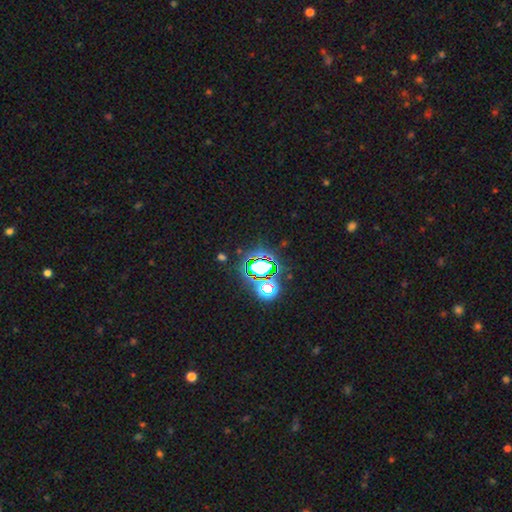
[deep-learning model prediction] Morphology: type=star or artifact (79%).